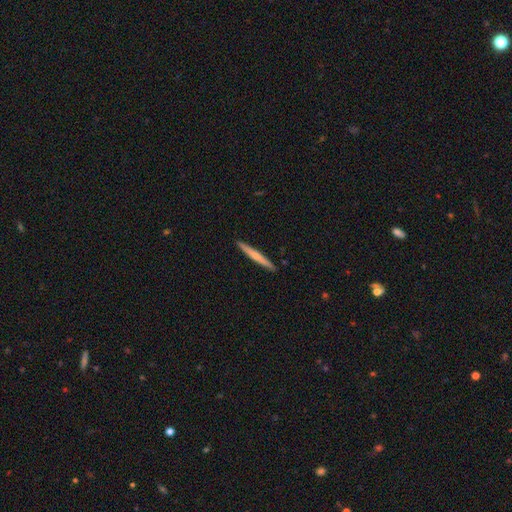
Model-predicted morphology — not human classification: smooth_or_featured: smooth (p=0.52) [alt: featured or disk p=0.42]
how_rounded: cigar-shaped (p=0.96) [alt: in between p=0.03]
merging: none (p=0.92) [alt: minor disturbance p=0.06]